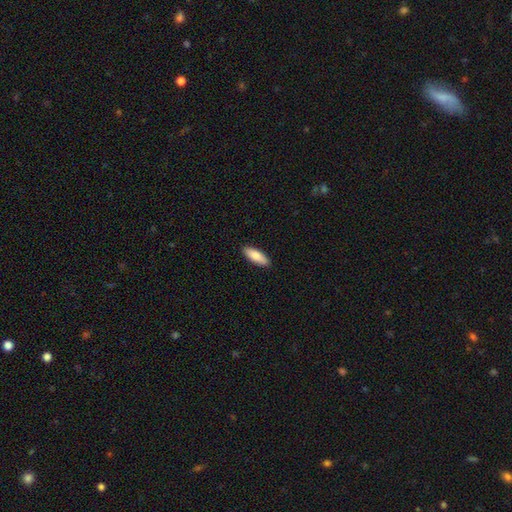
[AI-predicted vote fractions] smooth_or_featured: smooth (p=0.85) [alt: featured or disk p=0.09]
how_rounded: in between (p=0.65) [alt: cigar-shaped p=0.33]
merging: none (p=0.90) [alt: minor disturbance p=0.07]